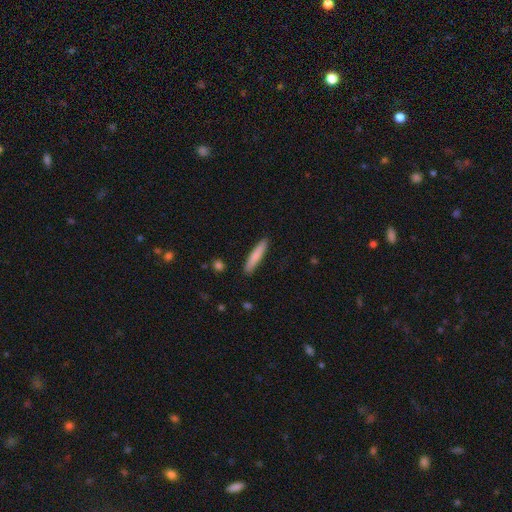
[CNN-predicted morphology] The model was most divided on "smooth or featured": smooth: 78%, featured or disk: 17%, star or artifact: 5%. More confident: how rounded — cigar-shaped (92%); merging — none (91%).